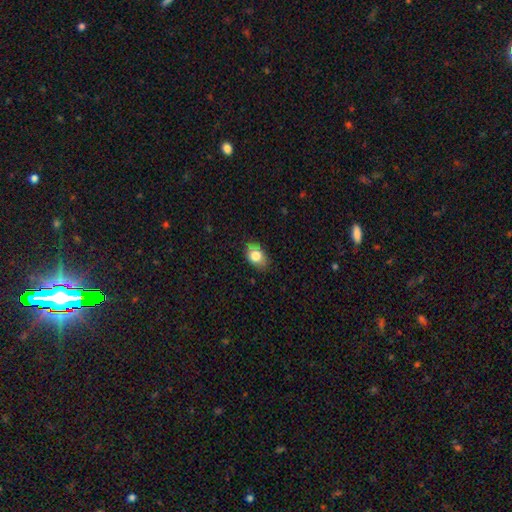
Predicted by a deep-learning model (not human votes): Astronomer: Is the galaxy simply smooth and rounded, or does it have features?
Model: smooth — 81%.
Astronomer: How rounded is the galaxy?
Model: in between — 84%.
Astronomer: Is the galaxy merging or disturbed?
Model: none — 81%.